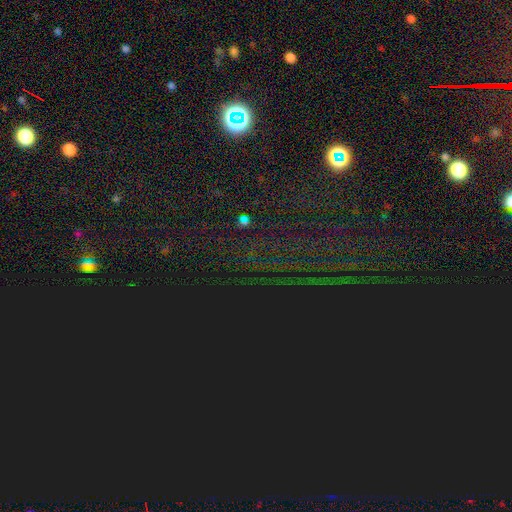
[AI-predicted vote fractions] A star or artifact, not a galaxy (78%).

Vote fractions:
- Smooth or featured? star or artifact: 78% / smooth: 15% / featured or disk: 8%